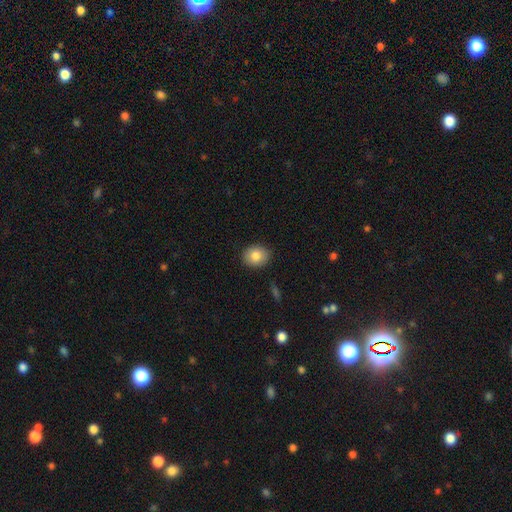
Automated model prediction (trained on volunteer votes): smooth 83%, featured or disk 9%, star or artifact 8%. Down the decision tree: how rounded — round (57%); merging — none (89%).